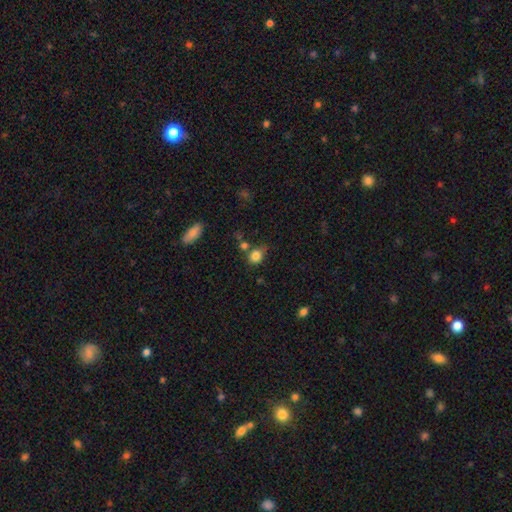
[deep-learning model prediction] Smooth or featured?
  - smooth: 82% *
  - star or artifact: 11%
  - featured or disk: 6%
How rounded?
  - round: 61% *
  - in between: 37%
  - cigar-shaped: 1%
Merging?
  - none: 56% *
  - minor disturbance: 21%
  - merger: 15%
  - major disturbance: 7%